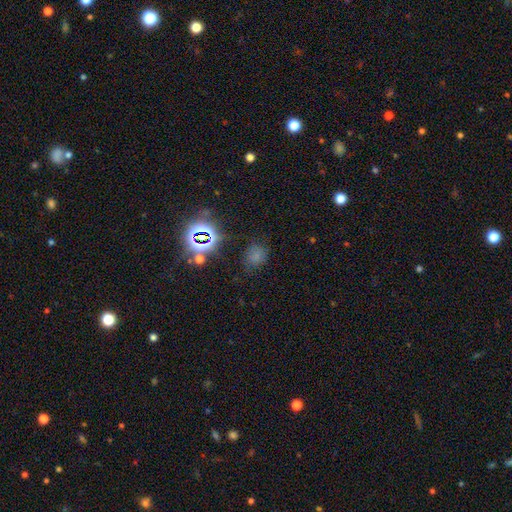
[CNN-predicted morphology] A smooth galaxy with no disk features (59%) that is round (69%).

Vote fractions:
- Smooth or featured? smooth: 59% / star or artifact: 33% / featured or disk: 8%
- How rounded? round: 69% / in between: 30% / cigar-shaped: 1%
- Merging? none: 73% / minor disturbance: 17% / major disturbance: 7% / merger: 3%